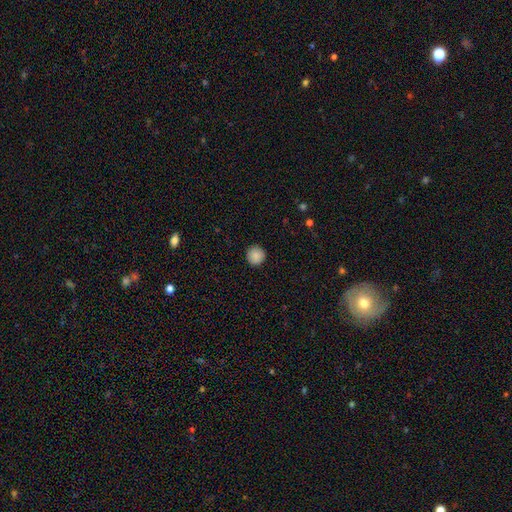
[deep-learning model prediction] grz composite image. It shows a smooth galaxy with no disk features (89%) that is round (95%). Merging: none (92%).